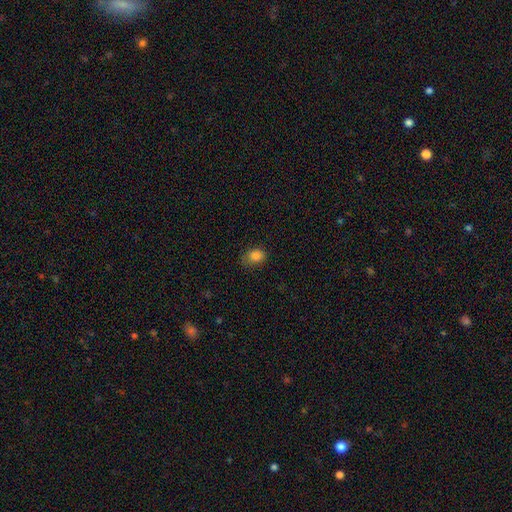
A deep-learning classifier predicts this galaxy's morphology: The model was most divided on "how rounded": in between: 61%, round: 38%, cigar-shaped: 1%. More confident: smooth or featured — smooth (83%); merging — none (63%).